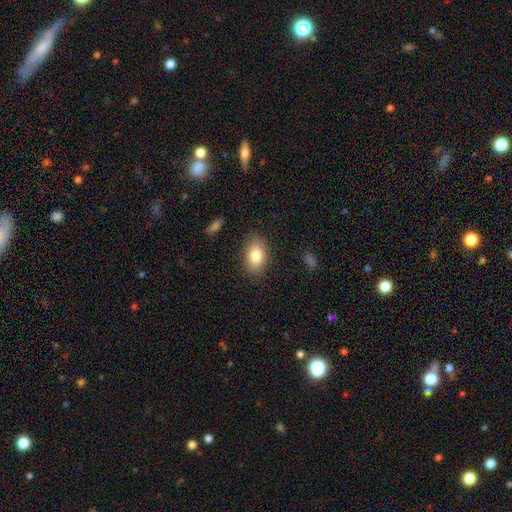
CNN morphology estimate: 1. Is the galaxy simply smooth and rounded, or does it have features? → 82% smooth, 10% featured or disk, 8% star or artifact.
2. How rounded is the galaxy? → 89% in between, 9% round, 2% cigar-shaped.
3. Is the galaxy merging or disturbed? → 85% none, 11% minor disturbance, 3% major disturbance, 1% merger.